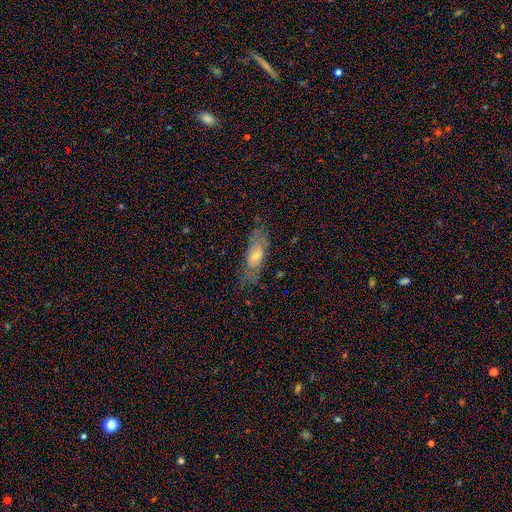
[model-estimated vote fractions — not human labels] Smooth or featured: featured or disk — 46% (smooth — 42%)
Merging: none — 71% (minor disturbance — 21%)